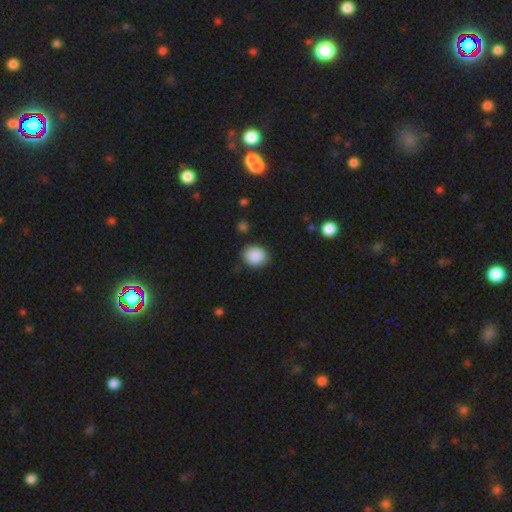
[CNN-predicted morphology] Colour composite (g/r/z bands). It shows a smooth galaxy with no disk features (89%) that is round (58%). Merging: none (86%).